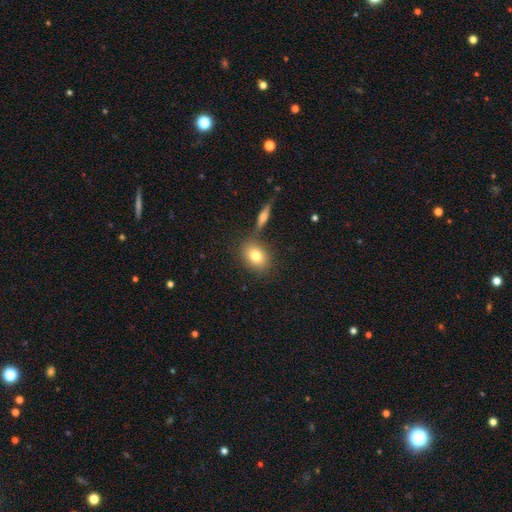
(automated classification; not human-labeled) Smooth or featured? Predicted: smooth (p=0.79). How rounded? Predicted: in between (p=0.67). Merging? Predicted: none (p=0.72).